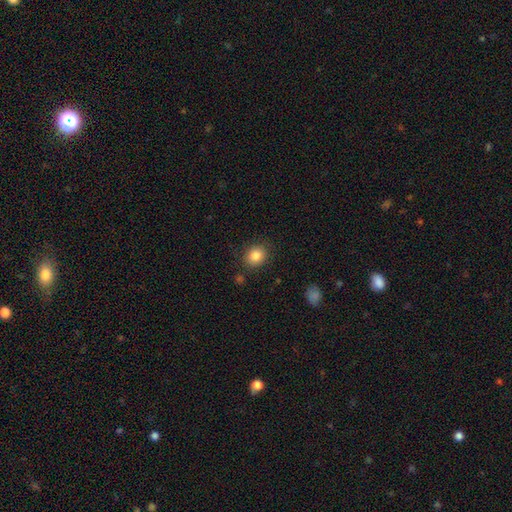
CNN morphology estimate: Smooth or featured: smooth — 86% (star or artifact — 9%)
How rounded: round — 67% (in between — 32%)
Merging: none — 85% (minor disturbance — 10%)